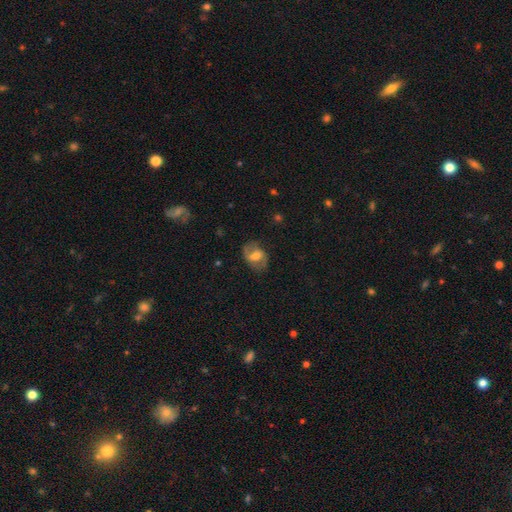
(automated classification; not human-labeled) The model was most divided on "smooth or featured": featured or disk: 53%, smooth: 39%, star or artifact: 8%. Remaining: edge-on disk — no (95%); spiral arms — yes (68%); merging — none (67%); bulge size — moderate (57%); bar — weak (47%).